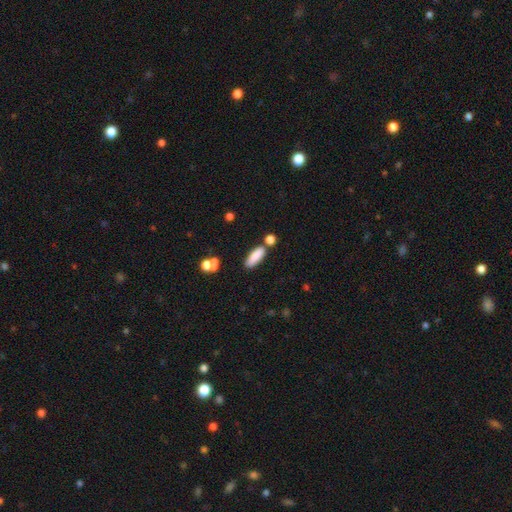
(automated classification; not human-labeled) smooth 83%, featured or disk 9%, star or artifact 8%. Down the decision tree: how rounded — in between (58%); merging — none (71%).